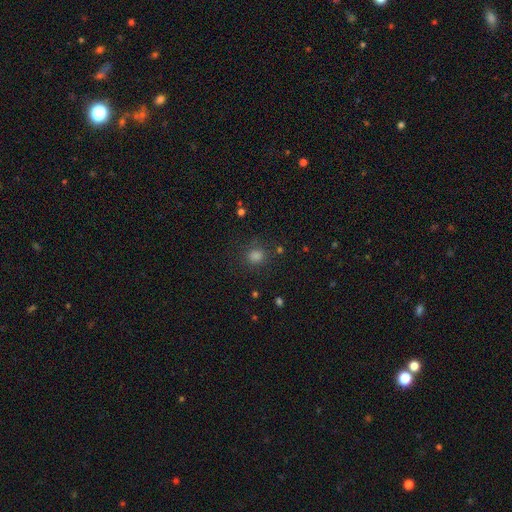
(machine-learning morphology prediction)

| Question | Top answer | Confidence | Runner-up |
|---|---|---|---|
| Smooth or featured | smooth | 74% | star or artifact (21%) |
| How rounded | round | 81% | in between (18%) |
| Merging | none | 83% | minor disturbance (10%) |